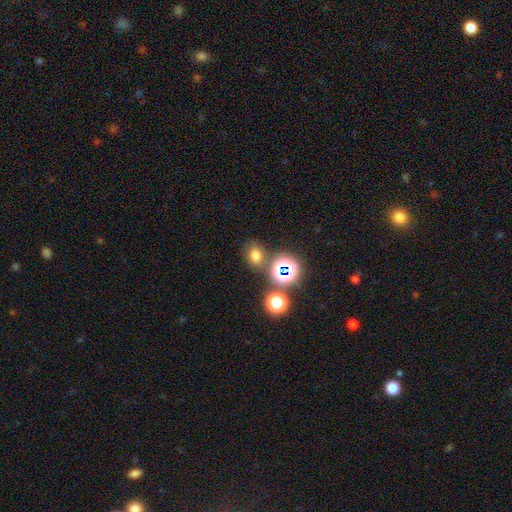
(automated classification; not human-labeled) Q: Smooth or featured?
A: smooth (64%); runner-up: star or artifact (28%)
Q: How rounded?
A: in between (50%); runner-up: round (49%)
Q: Merging?
A: none (71%); runner-up: minor disturbance (12%)